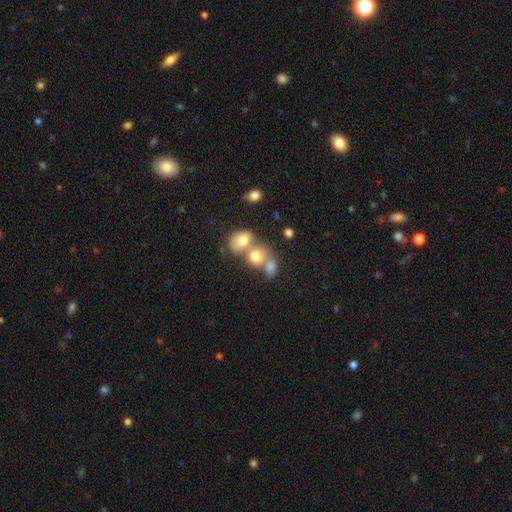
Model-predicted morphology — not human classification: This is likely a smooth galaxy (70%). How rounded: possibly round (55%). Merging: possibly merger (60%).